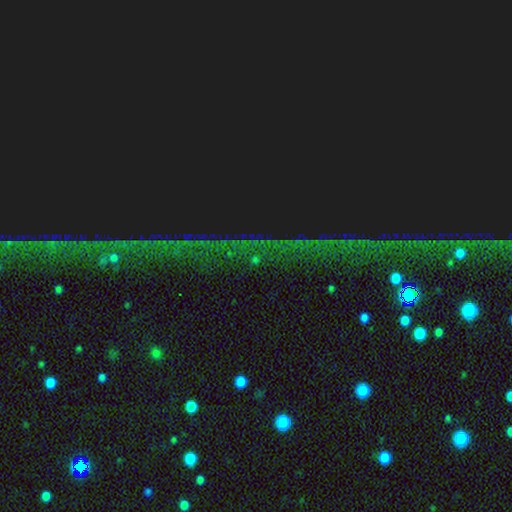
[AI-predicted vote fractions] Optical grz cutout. It shows a star or artifact, not a galaxy (82%).